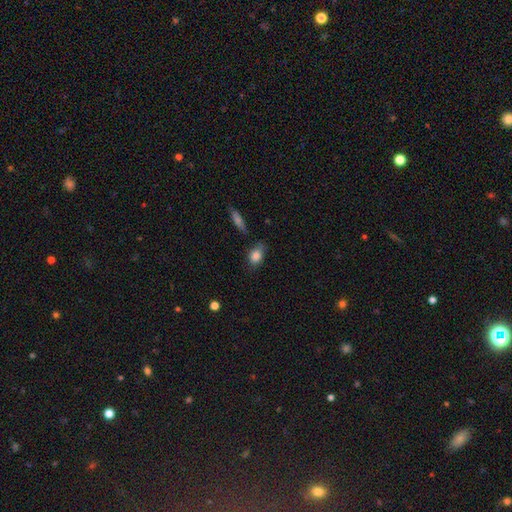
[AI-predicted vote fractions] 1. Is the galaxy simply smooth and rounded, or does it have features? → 84% smooth, 8% star or artifact, 8% featured or disk.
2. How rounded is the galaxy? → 63% in between, 34% round, 3% cigar-shaped.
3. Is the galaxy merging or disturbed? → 65% none, 24% minor disturbance, 6% major disturbance, 5% merger.